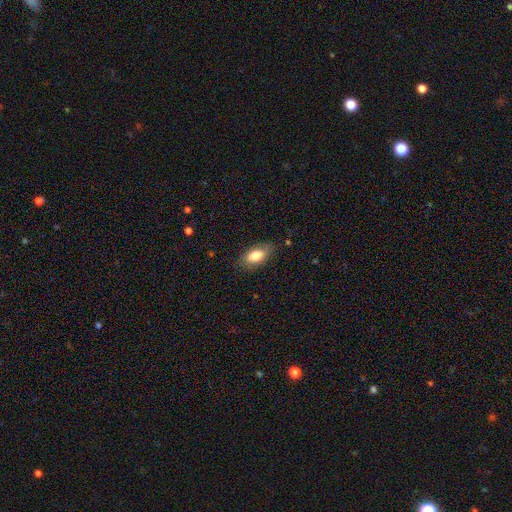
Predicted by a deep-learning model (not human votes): A smooth galaxy with no disk features (78%) that is in between round and cigar-shaped (89%).

Vote fractions:
- Smooth or featured? smooth: 78% / featured or disk: 15% / star or artifact: 7%
- How rounded? in between: 89% / cigar-shaped: 6% / round: 5%
- Merging? none: 79% / minor disturbance: 16% / major disturbance: 4% / merger: 1%